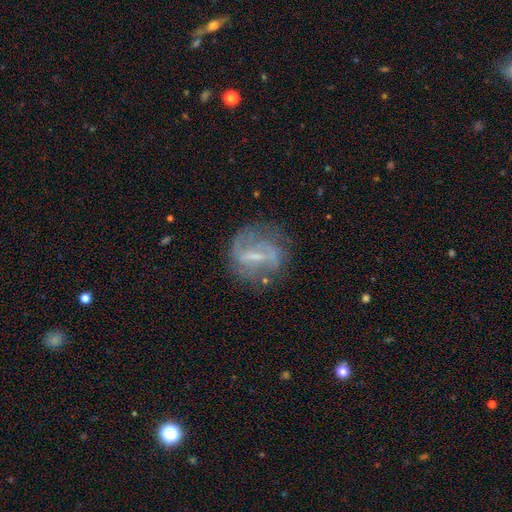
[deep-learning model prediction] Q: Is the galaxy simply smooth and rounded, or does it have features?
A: featured or disk — 74%.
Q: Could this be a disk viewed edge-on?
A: no — 95%.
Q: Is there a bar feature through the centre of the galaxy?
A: strong — 45%.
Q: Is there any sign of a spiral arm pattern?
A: yes — 74%.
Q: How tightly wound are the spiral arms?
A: medium — 39%.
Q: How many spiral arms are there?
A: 2 — 60%.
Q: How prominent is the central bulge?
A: small — 51%.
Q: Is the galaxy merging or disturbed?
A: none — 64%.